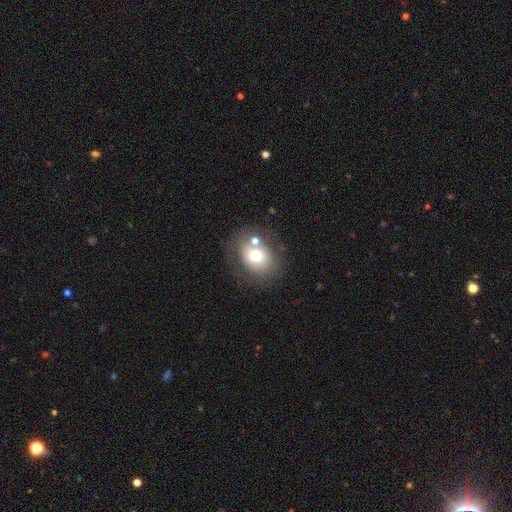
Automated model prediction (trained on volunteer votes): Smooth or featured: smooth — 63% (featured or disk — 26%)
How rounded: round — 60% (in between — 39%)
Merging: none — 61% (minor disturbance — 15%)